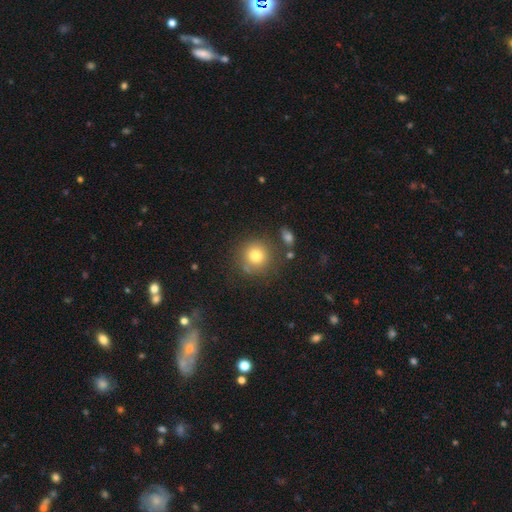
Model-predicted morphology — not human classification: smooth 77%, star or artifact 12%, featured or disk 11%. Down the decision tree: how rounded — round (92%); merging — none (78%).